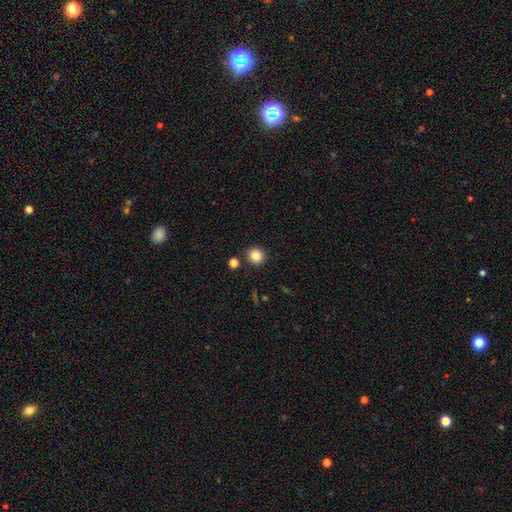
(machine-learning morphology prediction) Q: Smooth or featured?
A: smooth (85%); runner-up: star or artifact (11%)
Q: How rounded?
A: round (92%); runner-up: in between (7%)
Q: Merging?
A: none (89%); runner-up: minor disturbance (6%)